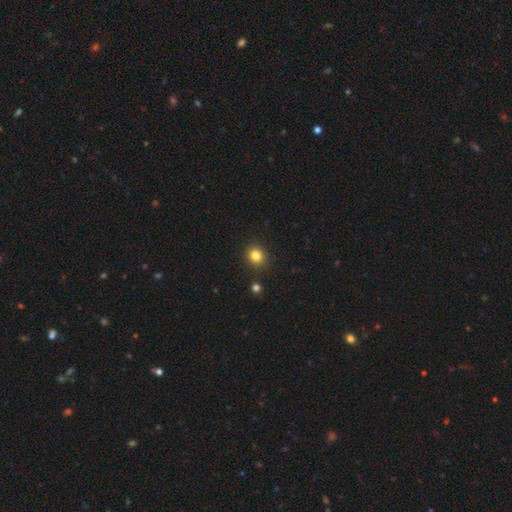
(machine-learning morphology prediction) Smooth or featured? smooth (82%)
How rounded? round (86%)
Merging? none (90%)